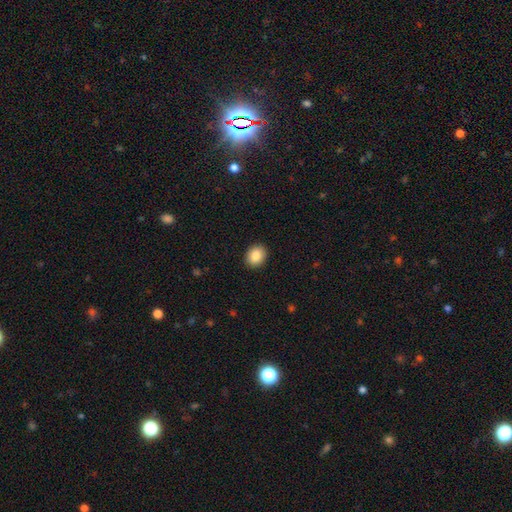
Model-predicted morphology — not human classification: smooth_or_featured: smooth (p=0.88) [alt: star or artifact p=0.08]
how_rounded: in between (p=0.55) [alt: round p=0.45]
merging: none (p=0.91) [alt: minor disturbance p=0.06]